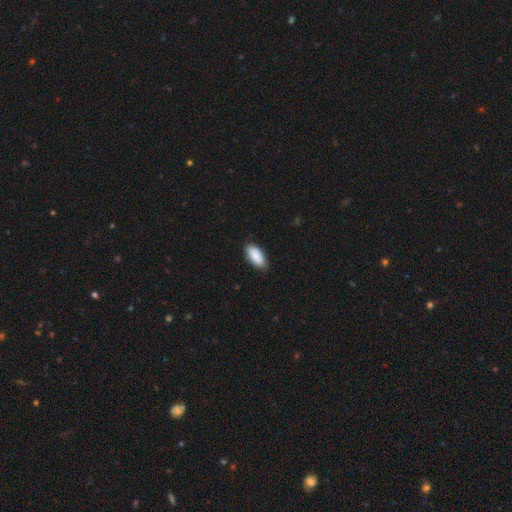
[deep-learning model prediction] This appears to be a smooth galaxy with no disk features (91%) that is in between round and cigar-shaped (92%). Merging: none (86%).